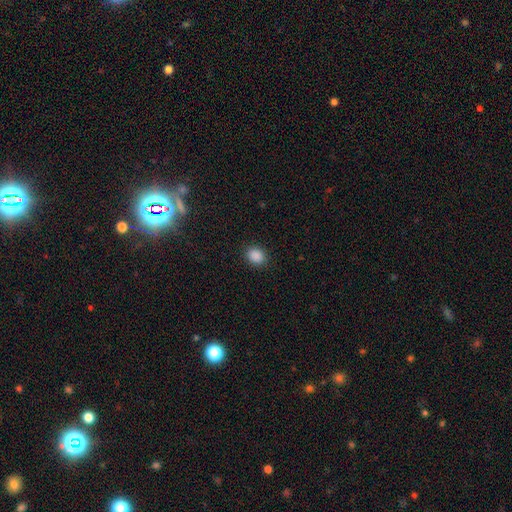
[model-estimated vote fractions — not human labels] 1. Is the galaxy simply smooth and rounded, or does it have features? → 88% smooth, 9% star or artifact, 2% featured or disk.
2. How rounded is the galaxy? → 51% in between, 48% round, 1% cigar-shaped.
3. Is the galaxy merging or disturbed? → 90% none, 7% minor disturbance, 2% major disturbance, 1% merger.